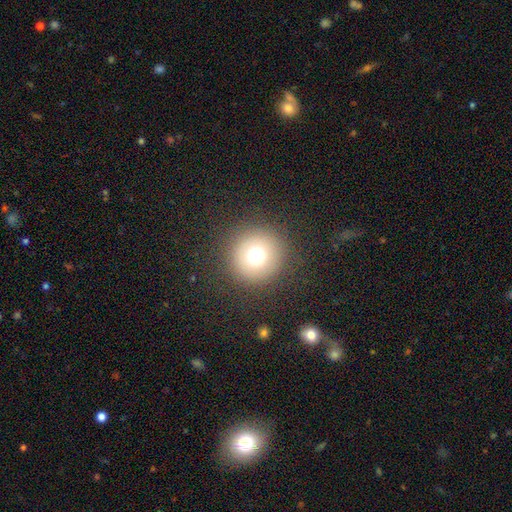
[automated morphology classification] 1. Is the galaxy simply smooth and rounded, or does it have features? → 72% smooth, 16% star or artifact, 12% featured or disk.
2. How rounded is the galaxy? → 96% round, 3% in between, 1% cigar-shaped.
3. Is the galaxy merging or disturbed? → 89% none, 6% minor disturbance, 4% major disturbance, 1% merger.